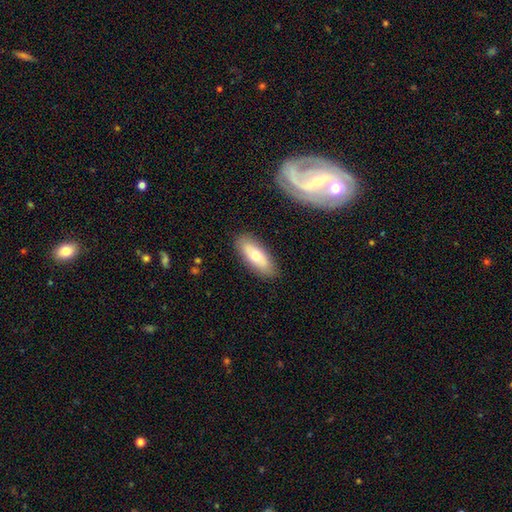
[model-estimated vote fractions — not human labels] This is likely a smooth galaxy (63%). How rounded: likely in between (78%). Merging: clearly none (87%).